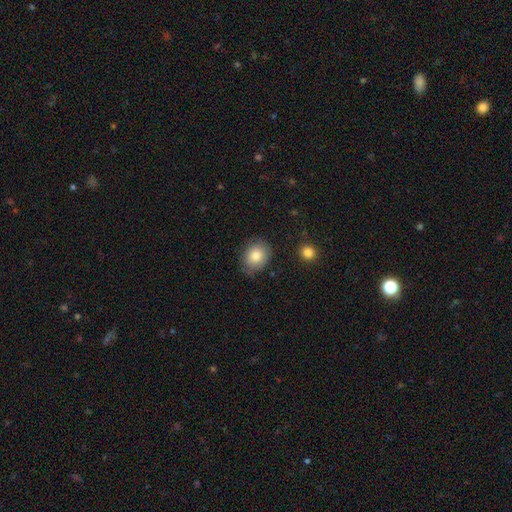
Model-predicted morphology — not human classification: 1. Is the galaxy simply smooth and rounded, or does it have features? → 82% smooth, 9% featured or disk, 8% star or artifact.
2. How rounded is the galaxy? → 60% round, 40% in between, 1% cigar-shaped.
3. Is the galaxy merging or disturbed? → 80% none, 15% minor disturbance, 3% major disturbance, 2% merger.